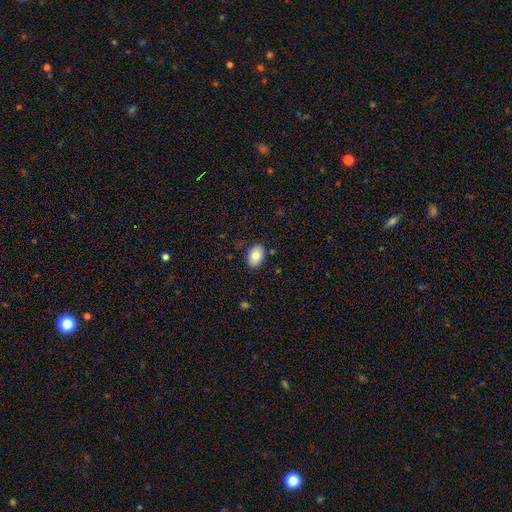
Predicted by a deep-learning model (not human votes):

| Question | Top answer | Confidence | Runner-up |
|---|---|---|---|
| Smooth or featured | smooth | 83% | featured or disk (10%) |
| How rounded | in between | 88% | round (11%) |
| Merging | none | 87% | minor disturbance (10%) |